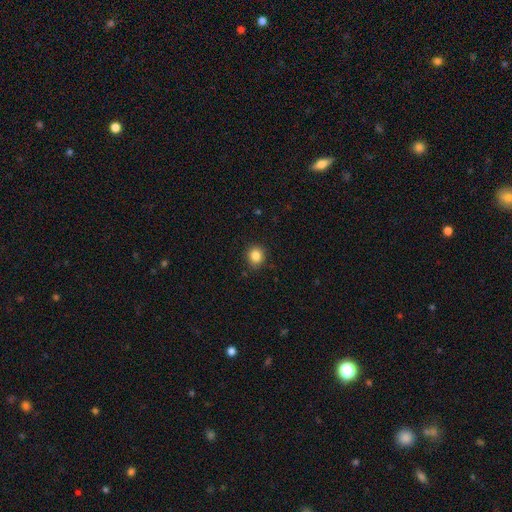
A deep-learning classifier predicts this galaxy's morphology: smooth_or_featured: smooth (p=0.85) [alt: star or artifact p=0.11]
how_rounded: round (p=0.81) [alt: in between p=0.18]
merging: none (p=0.87) [alt: minor disturbance p=0.09]